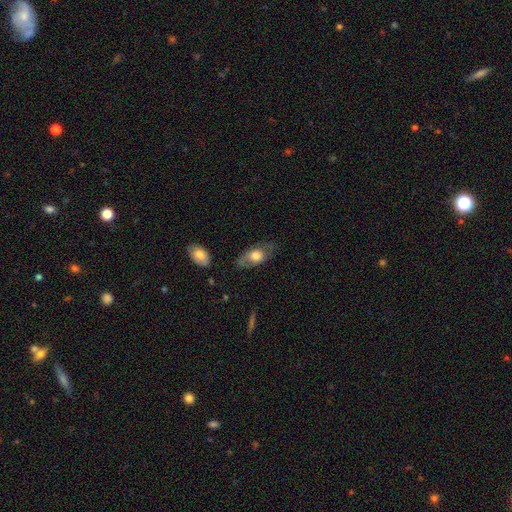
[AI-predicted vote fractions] smooth-or-featured: smooth: 58% | featured or disk: 36% | star or artifact: 6%
  how-rounded: in between: 84% | round: 8% | cigar-shaped: 8%
  merging: none: 66% | minor disturbance: 24% | major disturbance: 8% | merger: 2%